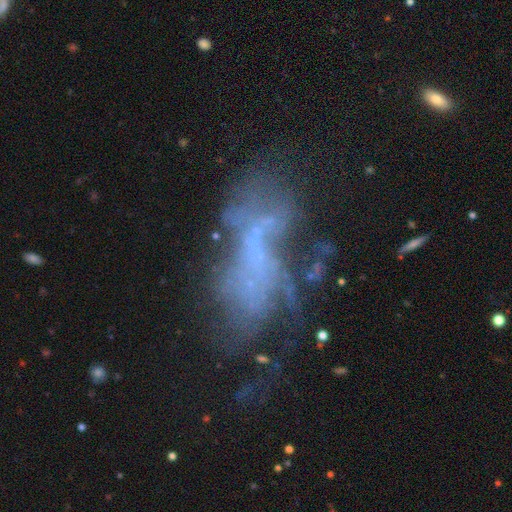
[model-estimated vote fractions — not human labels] The model was most divided on "merging": major disturbance: 41%, none: 30%, minor disturbance: 18%, merger: 11%. More confident: edge-on disk — no (92%); bar — no (82%); bulge size — none (78%); spiral arms — no (74%); smooth or featured — featured or disk (59%).